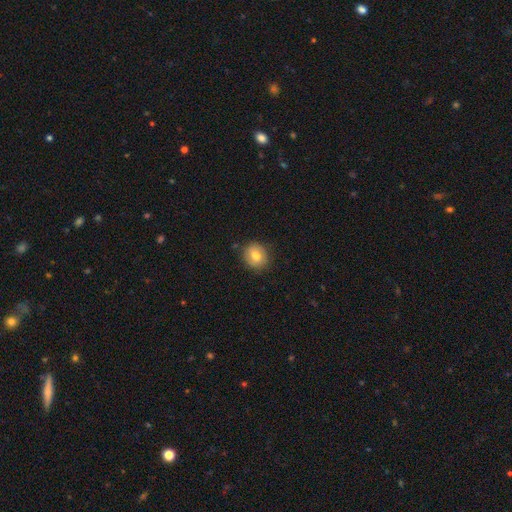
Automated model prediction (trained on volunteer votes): A smooth galaxy with no disk features (76%) that is round (79%). Merging: none (84%).